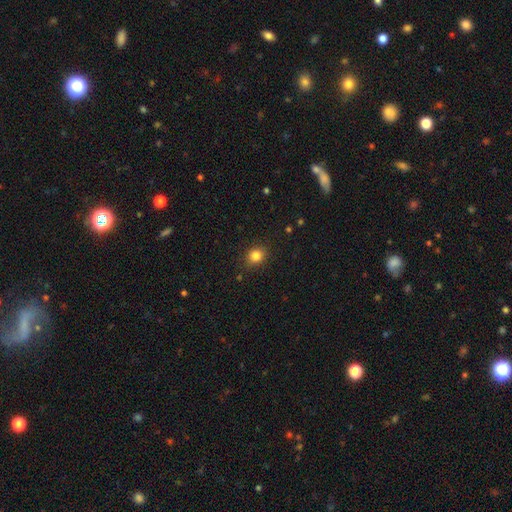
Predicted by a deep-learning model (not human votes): Smooth or featured? smooth (84%)
How rounded? round (66%)
Merging? none (86%)